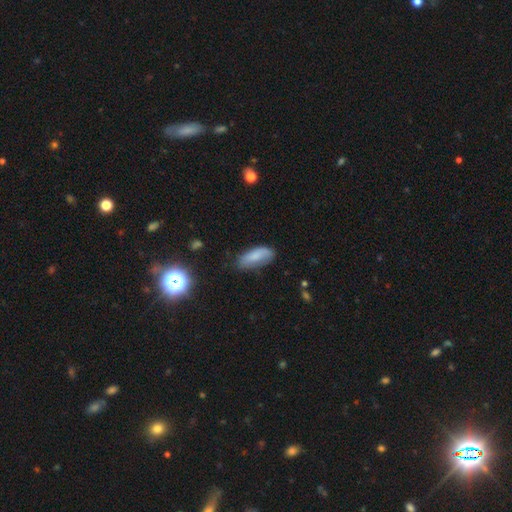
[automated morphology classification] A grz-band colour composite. It shows a smooth galaxy with no disk features (77%) that is in between round and cigar-shaped (75%). Merging: none (63%).